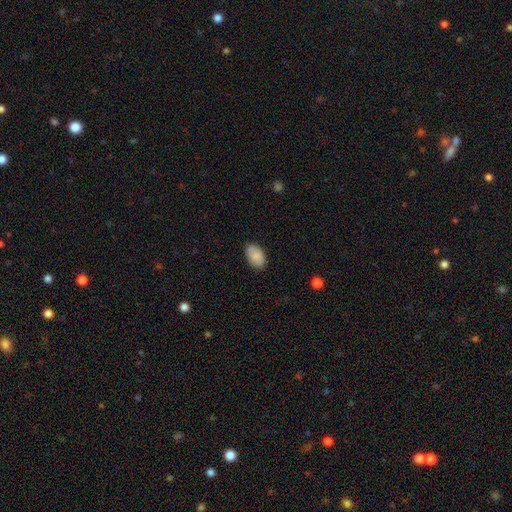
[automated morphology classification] A smooth galaxy with no disk features (86%) that is in between round and cigar-shaped (92%).

Vote fractions:
- Smooth or featured? smooth: 86% / featured or disk: 8% / star or artifact: 7%
- How rounded? in between: 92% / round: 7% / cigar-shaped: 1%
- Merging? none: 83% / minor disturbance: 13% / major disturbance: 2% / merger: 1%